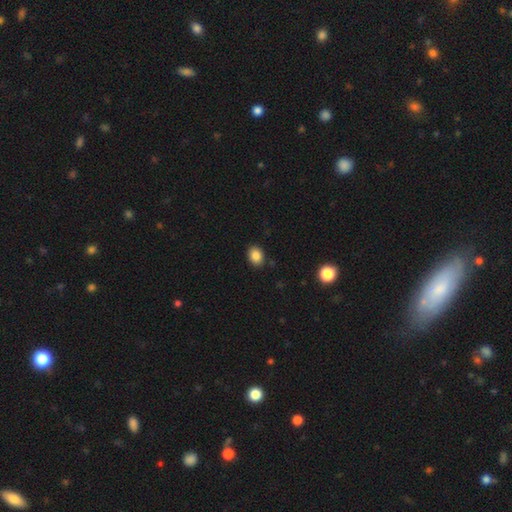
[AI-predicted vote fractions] This appears to be a smooth galaxy with no disk features (86%) that is in between round and cigar-shaped (66%). Merging: none (88%).